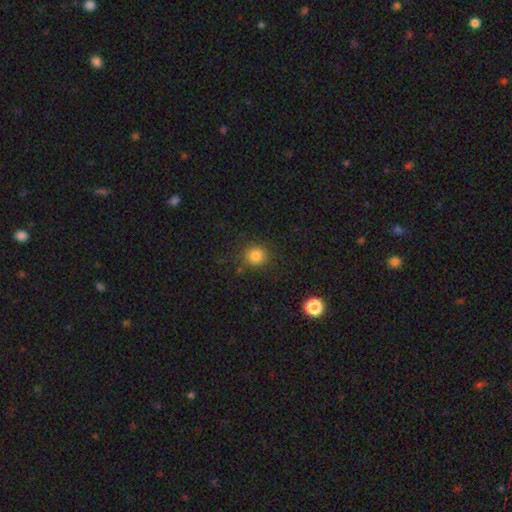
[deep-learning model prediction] Overall: smooth (83%). How rounded: round (90%). Merging: none (86%).